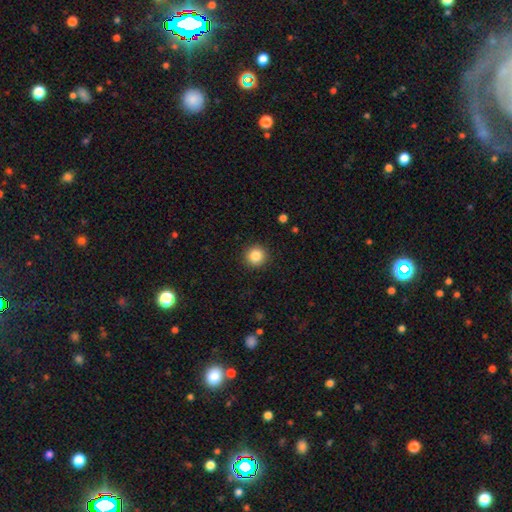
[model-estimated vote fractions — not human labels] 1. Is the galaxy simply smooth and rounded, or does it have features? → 86% smooth, 10% star or artifact, 5% featured or disk.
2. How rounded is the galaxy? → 95% round, 4% in between, 1% cigar-shaped.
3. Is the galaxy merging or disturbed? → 92% none, 5% minor disturbance, 2% major disturbance, 1% merger.